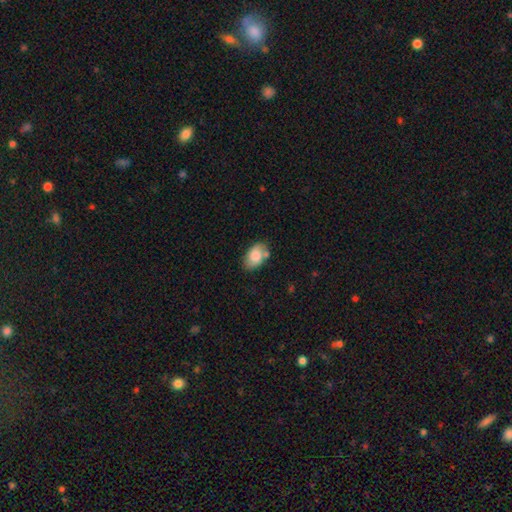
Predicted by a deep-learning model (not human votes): Overall: smooth (79%). How rounded: in between (90%). Merging: none (65%).